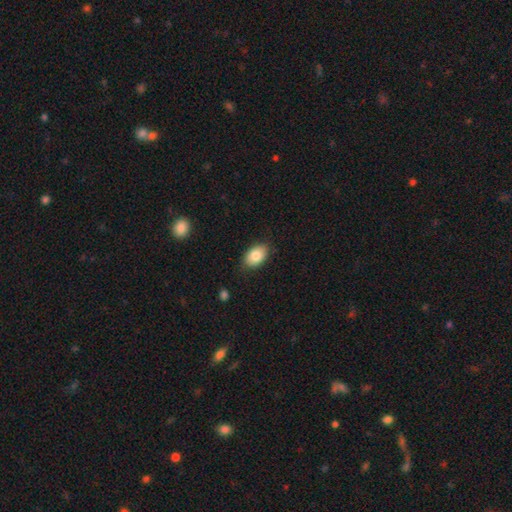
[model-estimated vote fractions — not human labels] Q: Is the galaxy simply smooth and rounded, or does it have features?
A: smooth — 84%.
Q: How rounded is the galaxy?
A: in between — 90%.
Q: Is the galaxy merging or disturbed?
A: none — 83%.